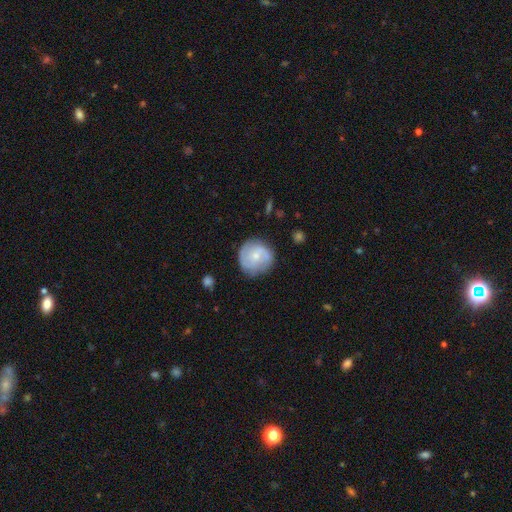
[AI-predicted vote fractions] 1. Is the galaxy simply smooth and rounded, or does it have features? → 55% featured or disk, 39% smooth, 6% star or artifact.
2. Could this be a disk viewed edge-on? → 98% no, 2% yes.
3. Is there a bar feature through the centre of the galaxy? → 58% no, 36% weak, 6% strong.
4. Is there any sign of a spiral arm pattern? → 84% yes, 16% no.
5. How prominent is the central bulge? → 60% small, 32% moderate, 4% none, 2% large, 1% dominant.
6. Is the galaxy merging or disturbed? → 76% none, 17% minor disturbance, 5% major disturbance, 2% merger.